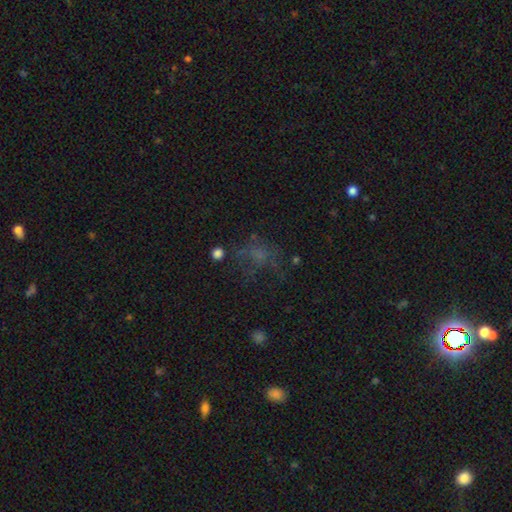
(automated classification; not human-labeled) Q: Smooth or featured?
A: smooth (36%); runner-up: star or artifact (33%)
Q: Merging?
A: none (47%); runner-up: major disturbance (31%)